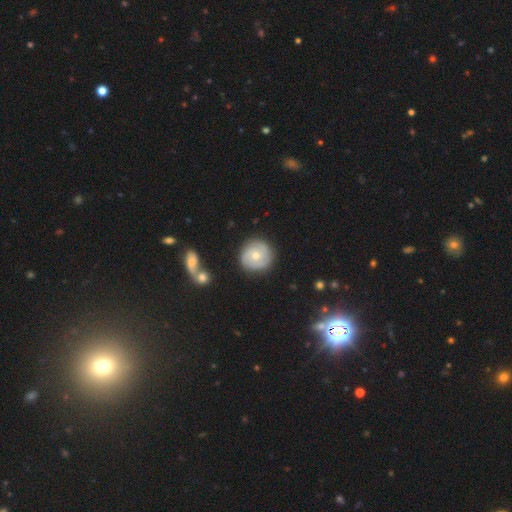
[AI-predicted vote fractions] Smooth or featured: featured or disk — 54% (smooth — 39%)
Edge-on disk: no — 97% (yes — 3%)
Bar: no — 80% (weak — 17%)
Spiral arms: yes — 78% (no — 22%)
Bulge size: moderate — 54% (small — 42%)
Merging: none — 80% (minor disturbance — 13%)